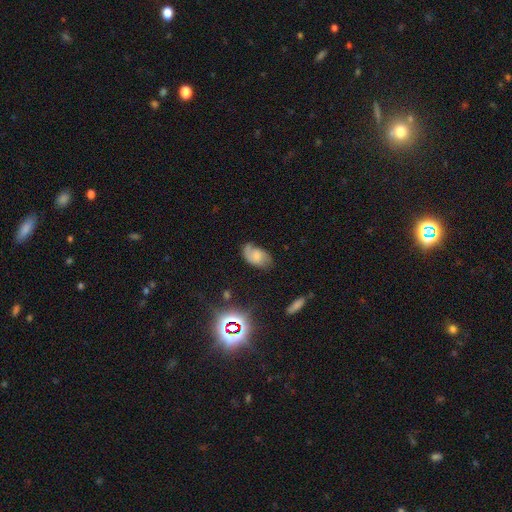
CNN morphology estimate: Overall: featured or disk (47%; smooth 41%). Merging: none (57%; minor disturbance 29%).